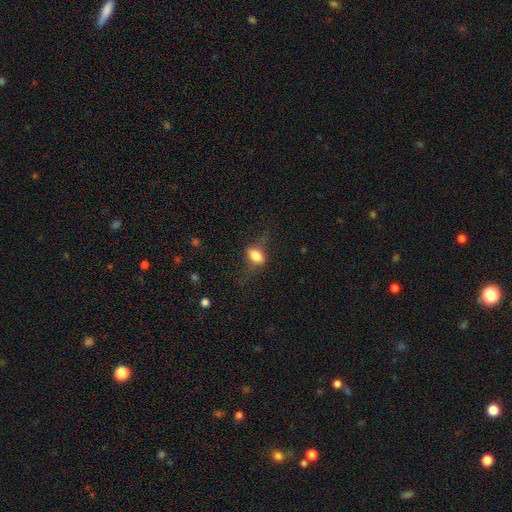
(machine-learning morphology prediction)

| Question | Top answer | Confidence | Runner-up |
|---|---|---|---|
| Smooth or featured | smooth | 71% | featured or disk (19%) |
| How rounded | in between | 81% | round (14%) |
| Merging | none | 58% | minor disturbance (23%) |